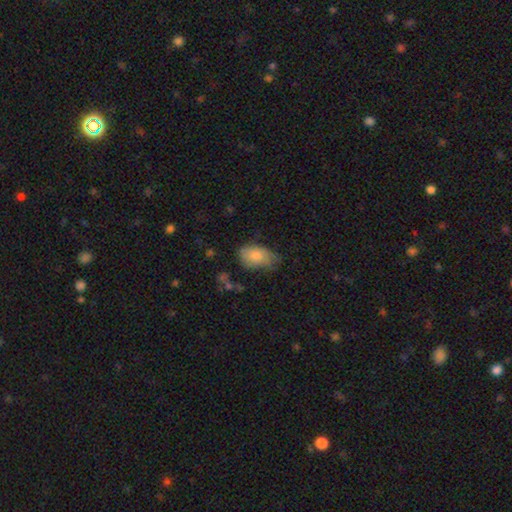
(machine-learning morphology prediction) Smooth or featured?
  - smooth: 81% *
  - featured or disk: 12%
  - star or artifact: 7%
How rounded?
  - in between: 90% *
  - round: 8%
  - cigar-shaped: 2%
Merging?
  - none: 48% *
  - minor disturbance: 37%
  - major disturbance: 13%
  - merger: 2%